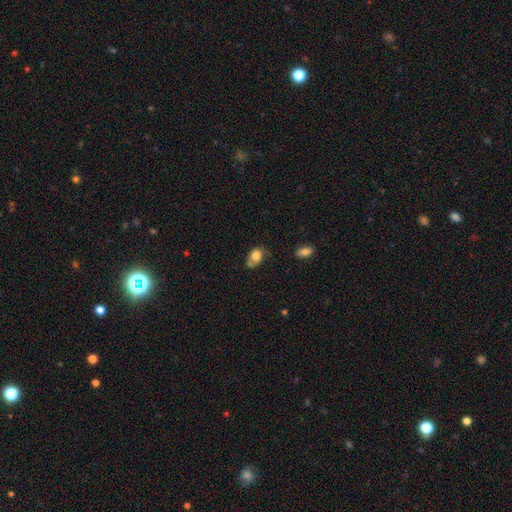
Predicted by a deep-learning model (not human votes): This appears to be a smooth galaxy with no disk features (72%) that is in between round and cigar-shaped (73%). Merging: none (39%).